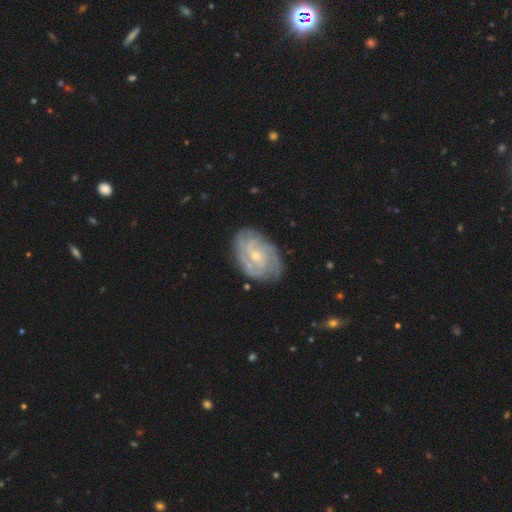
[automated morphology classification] Smooth or featured: featured or disk — 85% (smooth — 10%)
Edge-on disk: no — 97% (yes — 3%)
Bar: no — 64% (weak — 30%)
Spiral arms: yes — 95% (no — 5%)
Spiral winding: tight — 64% (medium — 29%)
Spiral arm count: can't tell — 30% (3 — 21%)
Bulge size: small — 70% (moderate — 27%)
Merging: none — 78% (minor disturbance — 16%)